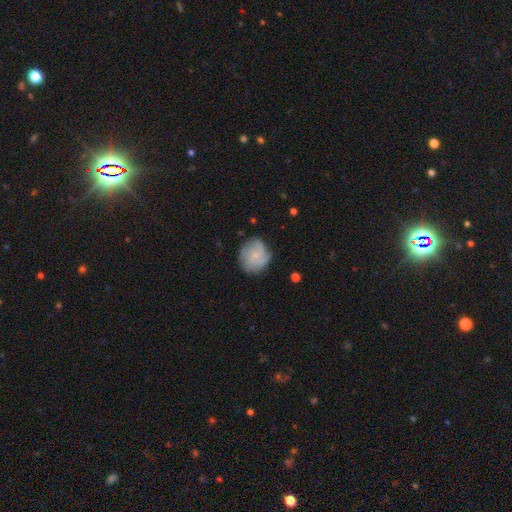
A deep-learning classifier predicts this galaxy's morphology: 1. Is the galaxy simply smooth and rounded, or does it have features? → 50% featured or disk, 42% smooth, 8% star or artifact.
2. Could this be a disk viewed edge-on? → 97% no, 3% yes.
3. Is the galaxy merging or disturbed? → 66% none, 23% minor disturbance, 9% major disturbance, 2% merger.